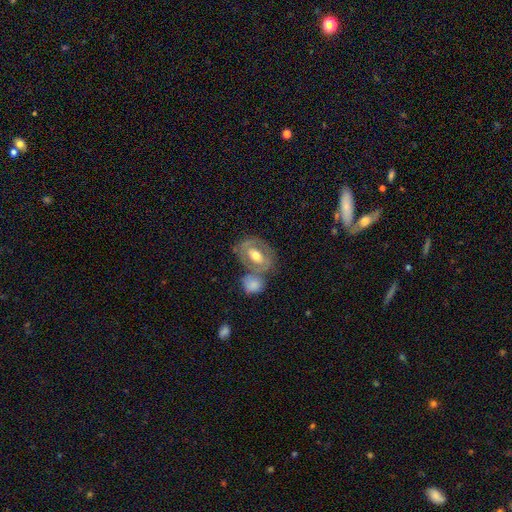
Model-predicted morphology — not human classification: The model was most divided on "smooth or featured": featured or disk: 56%, smooth: 38%, star or artifact: 6%. Remaining: edge-on disk — no (93%); bulge size — moderate (72%); spiral arms — no (62%); bar — no (51%); merging — none (48%).